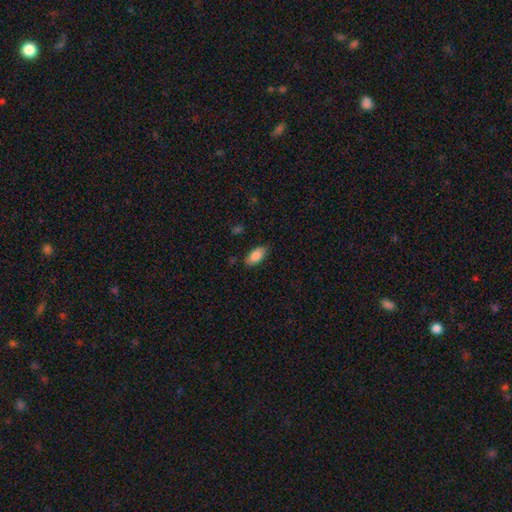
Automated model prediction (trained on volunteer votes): This is clearly a smooth galaxy (86%). How rounded: clearly in between (90%). Merging: clearly none (80%).